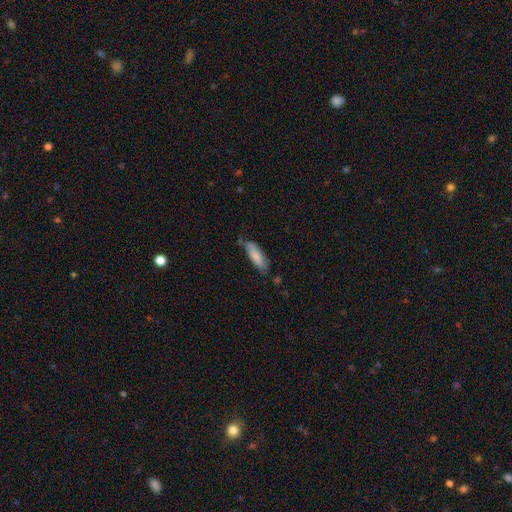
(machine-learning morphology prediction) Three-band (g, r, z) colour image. It shows a smooth galaxy with no disk features (81%) that is in between round and cigar-shaped (63%). Merging: none (62%).